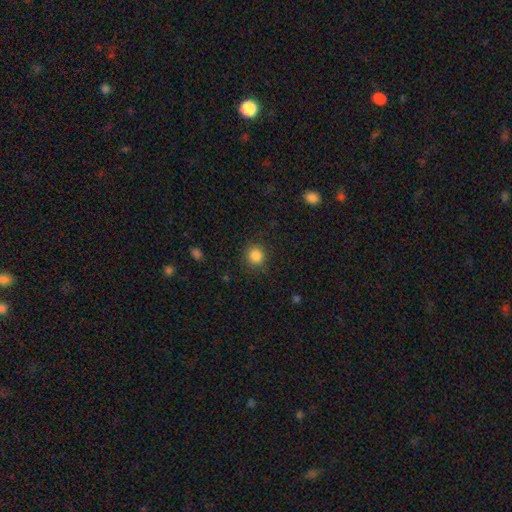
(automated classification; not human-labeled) Overall: smooth (85%). How rounded: round (92%). Merging: none (88%).